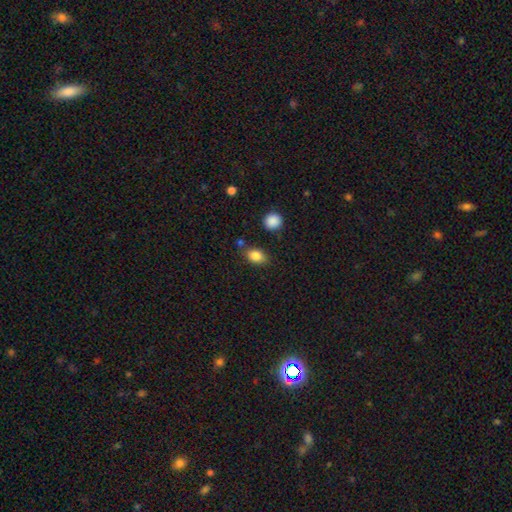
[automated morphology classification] Smooth or featured? smooth (84%)
How rounded? in between (79%)
Merging? none (75%)